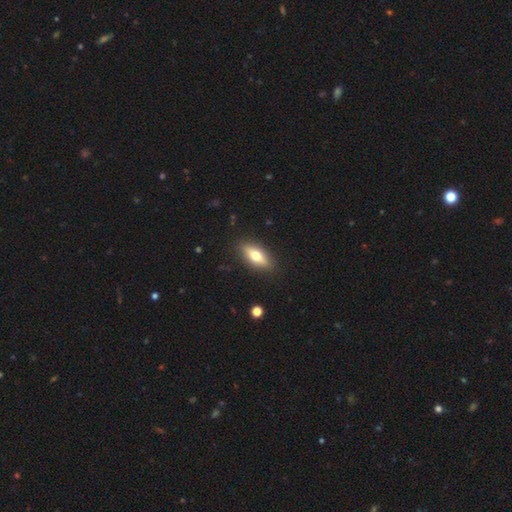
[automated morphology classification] Overall: smooth (59%; featured or disk 35%). How rounded: in between (70%). Merging: none (88%).